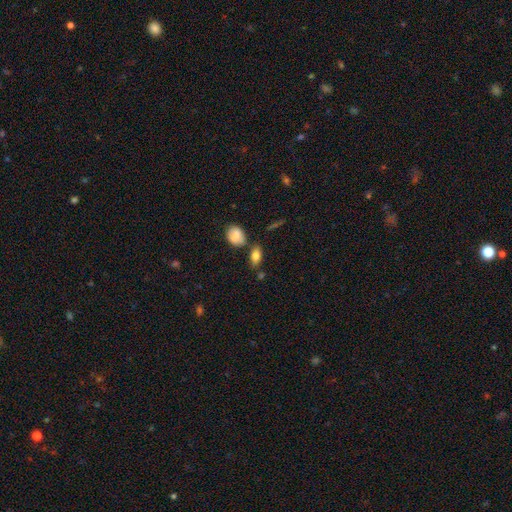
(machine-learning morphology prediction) A smooth galaxy with no disk features (78%) that is in between round and cigar-shaped (84%).

Vote fractions:
- Smooth or featured? smooth: 78% / featured or disk: 13% / star or artifact: 9%
- How rounded? in between: 84% / round: 8% / cigar-shaped: 8%
- Merging? none: 71% / minor disturbance: 15% / merger: 11% / major disturbance: 4%